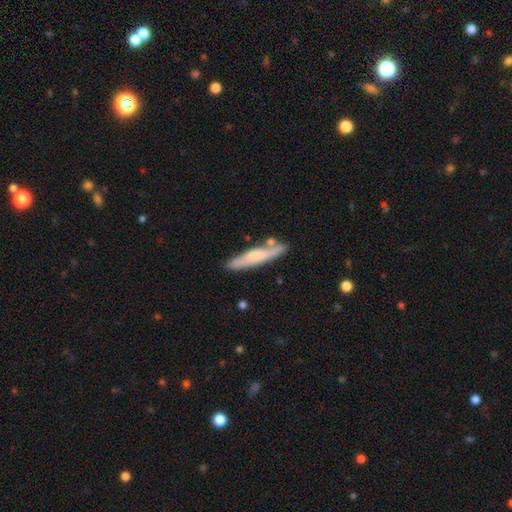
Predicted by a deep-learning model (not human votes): Smooth or featured? Predicted: smooth (p=0.47, tied with featured or disk). Merging? Predicted: none (p=0.73).